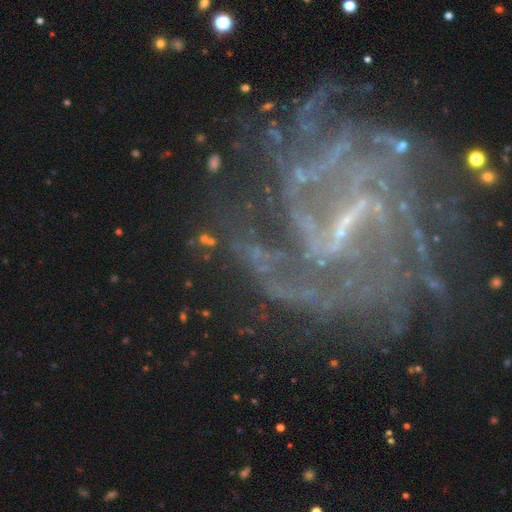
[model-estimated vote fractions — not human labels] This appears to be a featured or disk galaxy (76%) with a strong bar (49%), 2 (44%) medium (41%) spiral arms (87%) and a small central bulge (66%). Merging: none (56%).